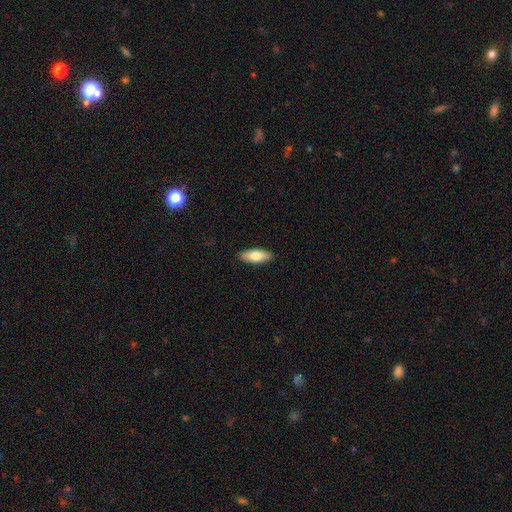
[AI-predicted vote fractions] This appears to be a smooth galaxy with no disk features (76%) that is in between round and cigar-shaped (69%). Merging: none (89%).